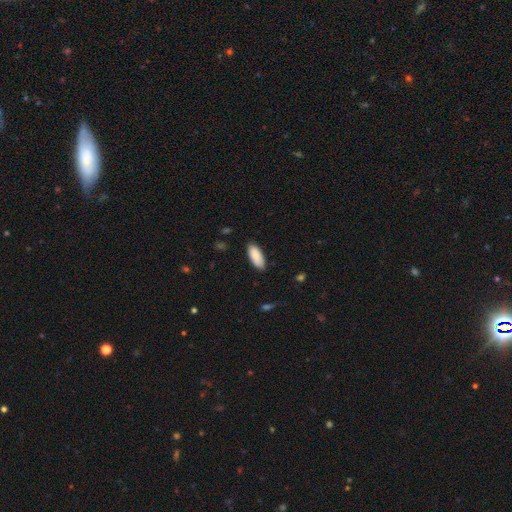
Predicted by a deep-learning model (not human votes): A smooth galaxy with no disk features (87%) that is in between round and cigar-shaped (84%). Merging: none (86%).